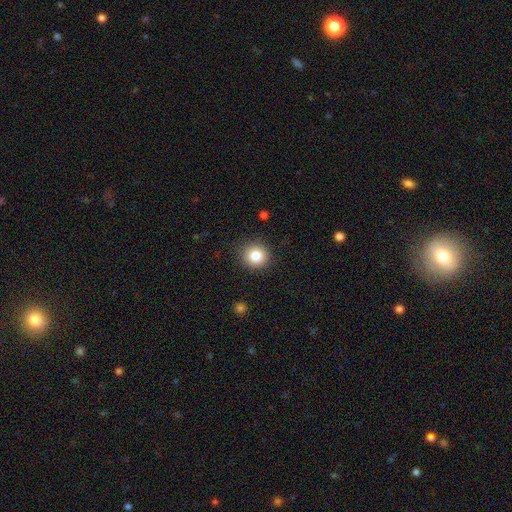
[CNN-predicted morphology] The model was most divided on "smooth or featured": smooth: 83%, star or artifact: 10%, featured or disk: 7%. More confident: how rounded — round (91%); merging — none (89%).